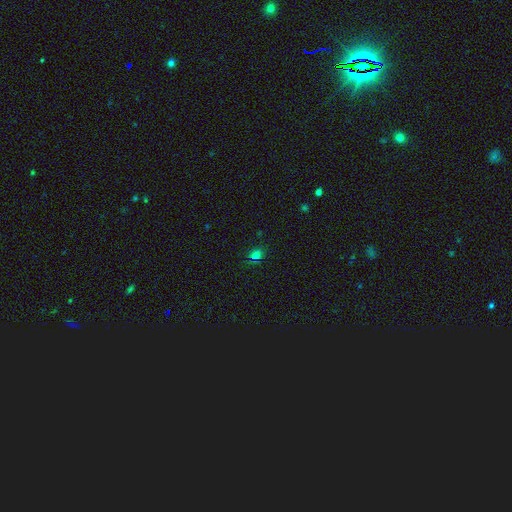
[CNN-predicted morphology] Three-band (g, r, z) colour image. It shows a smooth galaxy with no disk features (66%) that is round (54%). Merging: none (82%).